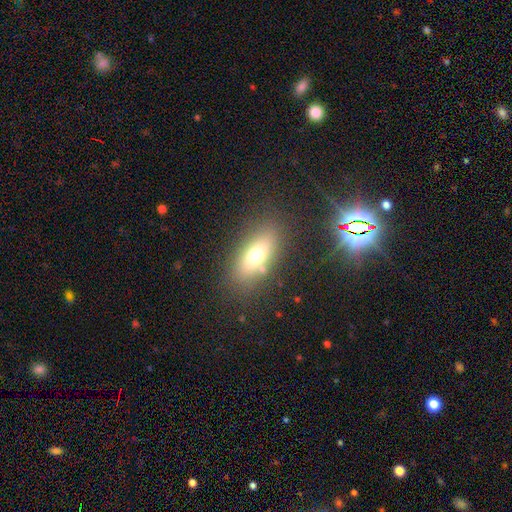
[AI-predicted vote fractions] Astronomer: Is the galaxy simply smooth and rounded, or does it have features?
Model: smooth — 65%.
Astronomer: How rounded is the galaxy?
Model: in between — 75%.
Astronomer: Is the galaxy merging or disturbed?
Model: none — 79%.